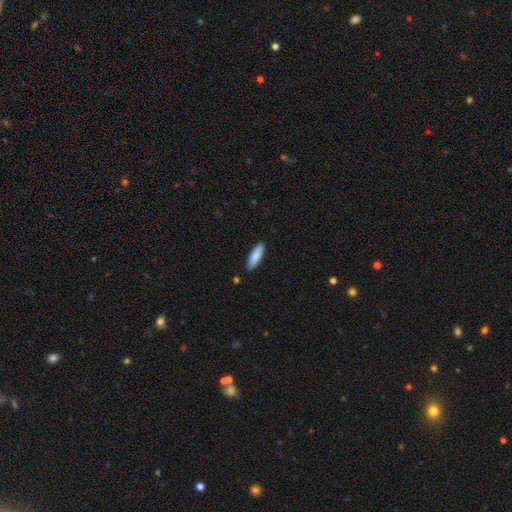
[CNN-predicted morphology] A smooth galaxy with no disk features (86%) that is cigar-shaped (54%). Merging: none (88%).